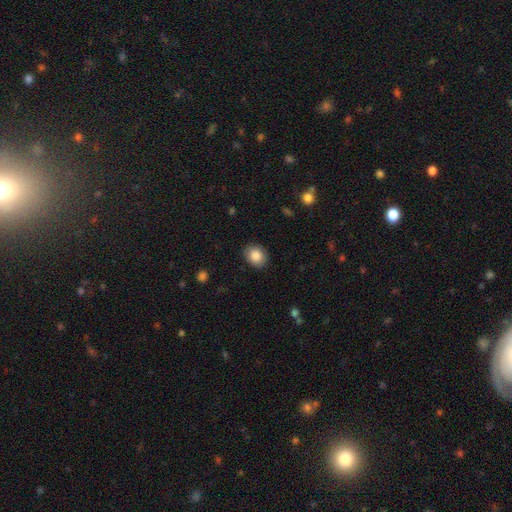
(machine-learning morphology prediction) type=smooth (87%); roundness=round (54%); merging=none (87%).